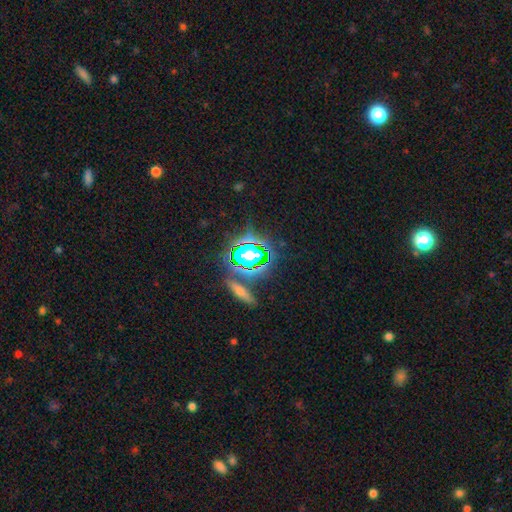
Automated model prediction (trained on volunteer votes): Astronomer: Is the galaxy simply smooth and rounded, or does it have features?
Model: star or artifact — 74%.